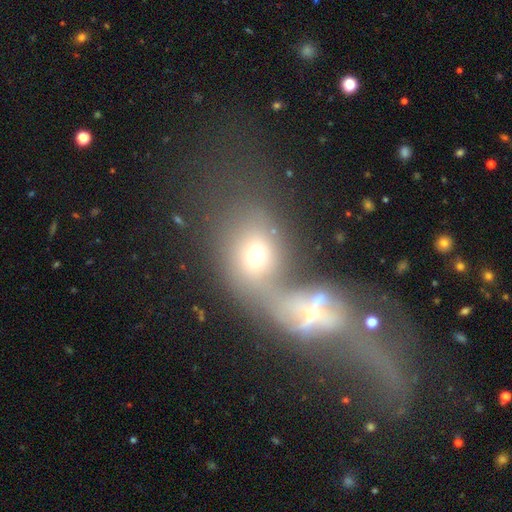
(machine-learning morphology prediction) smooth-or-featured: smooth: 52% | featured or disk: 33% | star or artifact: 14%
  how-rounded: in between: 53% | round: 45% | cigar-shaped: 2%
  merging: merger: 70% | none: 13% | major disturbance: 11% | minor disturbance: 5%